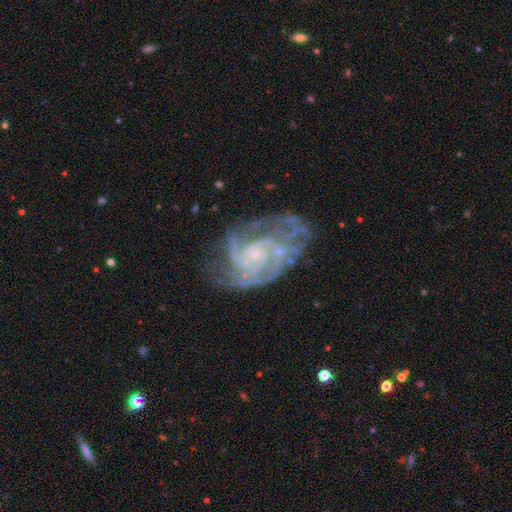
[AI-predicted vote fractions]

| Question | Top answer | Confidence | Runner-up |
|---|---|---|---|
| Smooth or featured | featured or disk | 88% | star or artifact (7%) |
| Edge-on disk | no | 98% | yes (2%) |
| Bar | no | 68% | weak (25%) |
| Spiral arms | yes | 97% | no (3%) |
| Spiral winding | tight | 59% | medium (34%) |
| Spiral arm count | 3 | 26% | can't tell (21%) |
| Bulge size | small | 81% | moderate (9%) |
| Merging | none | 58% | minor disturbance (22%) |